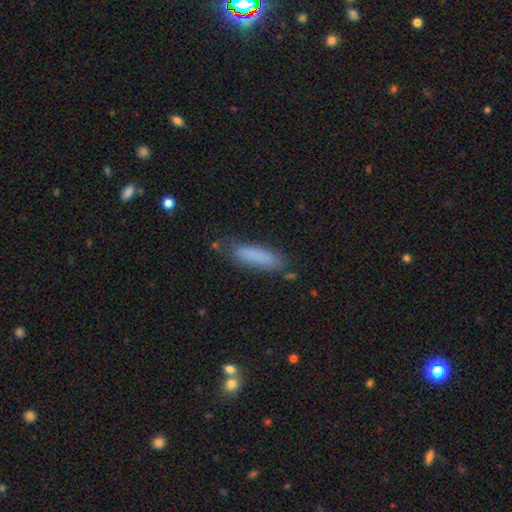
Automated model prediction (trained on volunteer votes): Q: Smooth or featured?
A: smooth (83%); runner-up: featured or disk (9%)
Q: How rounded?
A: cigar-shaped (69%); runner-up: in between (30%)
Q: Merging?
A: none (76%); runner-up: minor disturbance (16%)